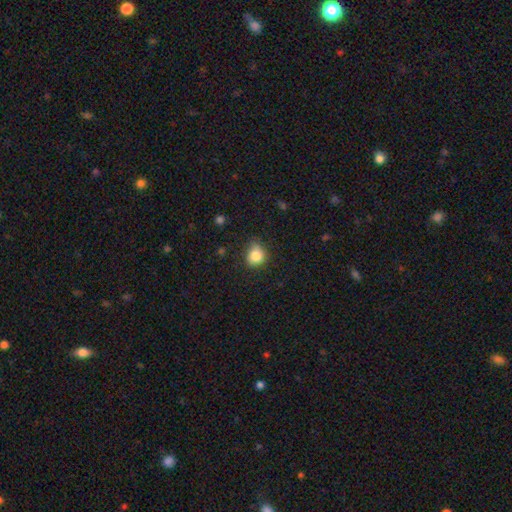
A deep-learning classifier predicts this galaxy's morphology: smooth_or_featured: smooth (p=0.84) [alt: star or artifact p=0.10]
how_rounded: round (p=0.68) [alt: in between p=0.31]
merging: none (p=0.69) [alt: minor disturbance p=0.24]